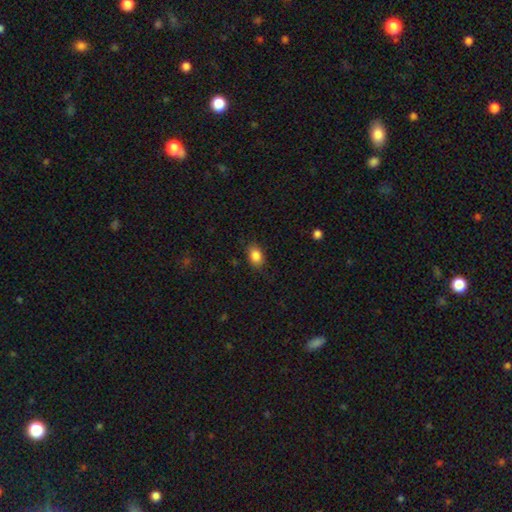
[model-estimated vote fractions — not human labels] This appears to be a smooth galaxy with no disk features (86%) that is in between round and cigar-shaped (82%). Merging: none (84%).